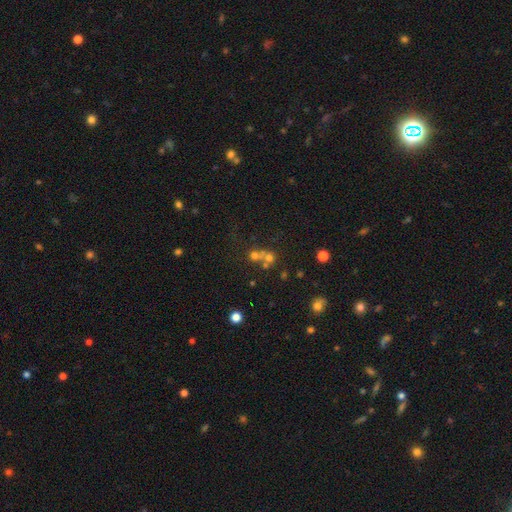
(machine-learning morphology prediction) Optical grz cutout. It shows a smooth galaxy with no disk features (50%) that is round (82%). Merging: merger (49%).